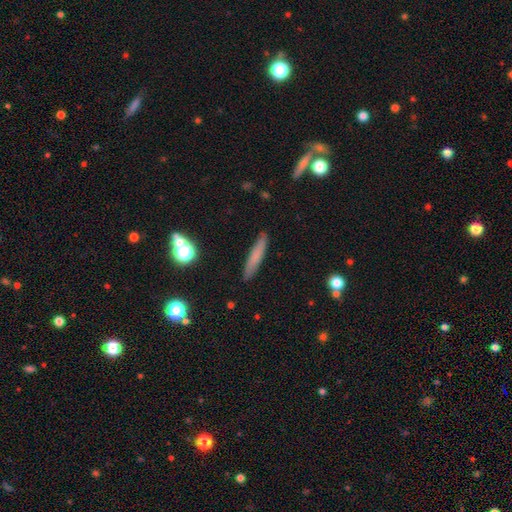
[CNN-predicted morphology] This appears to be a smooth galaxy with no disk features (71%) that is cigar-shaped (90%). Merging: none (88%).